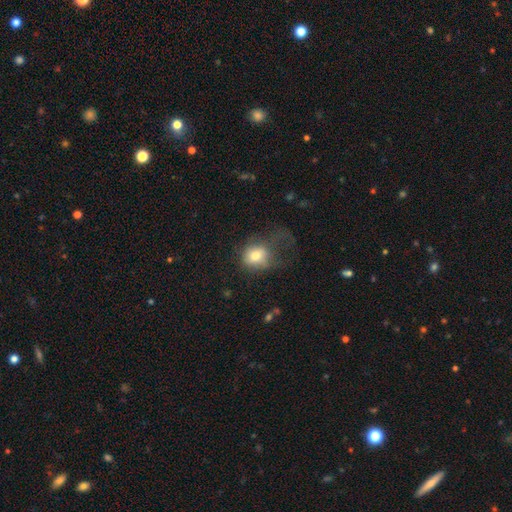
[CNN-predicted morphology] type=smooth (73%); roundness=round (57%); merging=major disturbance (48%).